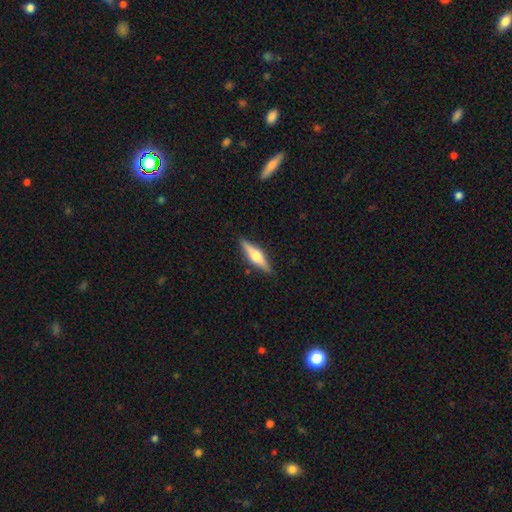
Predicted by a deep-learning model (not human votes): Smooth or featured? featured or disk (63%)
Edge-on disk? yes (97%)
Edge-on bulge? rounded (92%)
Merging? none (89%)